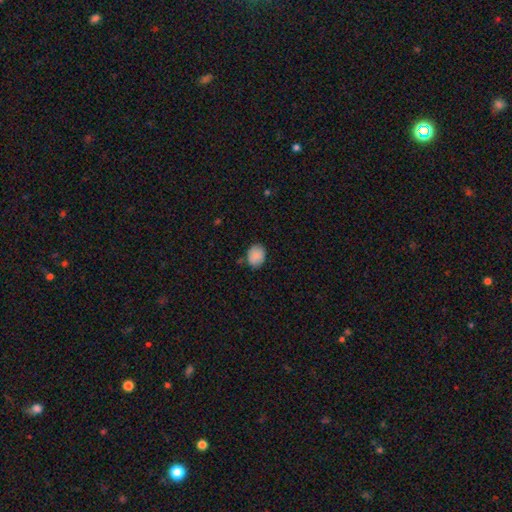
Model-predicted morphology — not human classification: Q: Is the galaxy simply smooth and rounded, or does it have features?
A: smooth — 88%.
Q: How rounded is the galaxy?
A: in between — 55%.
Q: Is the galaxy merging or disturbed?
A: none — 78%.